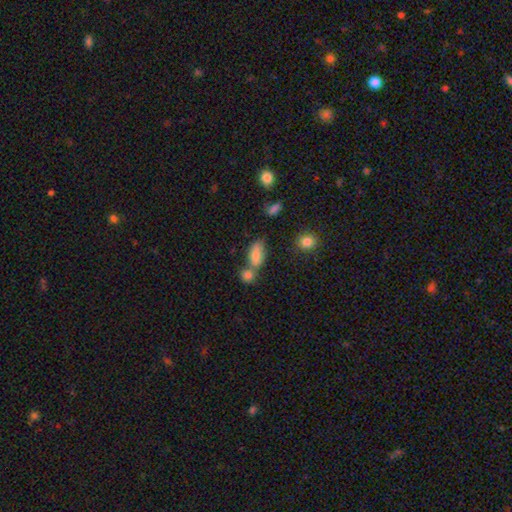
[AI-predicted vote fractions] Smooth or featured? Predicted: smooth (p=0.78). How rounded? Predicted: in between (p=0.83). Merging? Predicted: none (p=0.42).